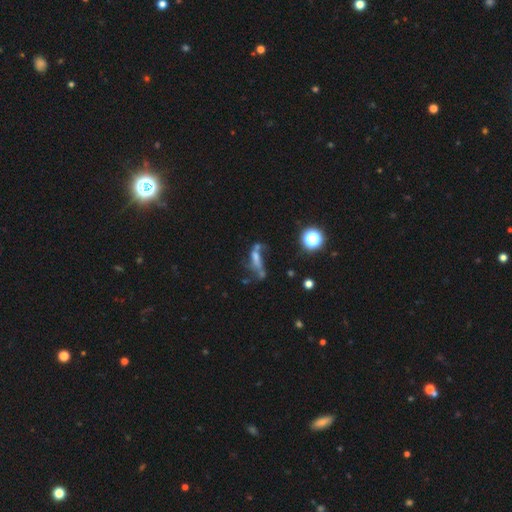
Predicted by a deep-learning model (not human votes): smooth-or-featured: featured or disk: 47% | star or artifact: 27% | smooth: 26%
  merging: none: 36% | major disturbance: 26% | merger: 21% | minor disturbance: 16%